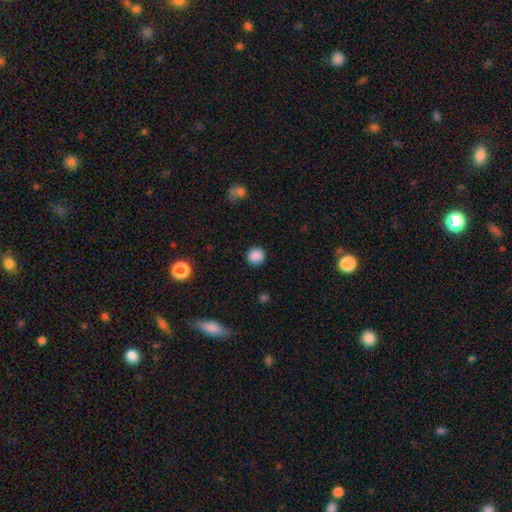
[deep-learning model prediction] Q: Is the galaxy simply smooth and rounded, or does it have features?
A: smooth — 87%.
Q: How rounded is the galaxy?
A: round — 90%.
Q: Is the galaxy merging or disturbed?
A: none — 89%.